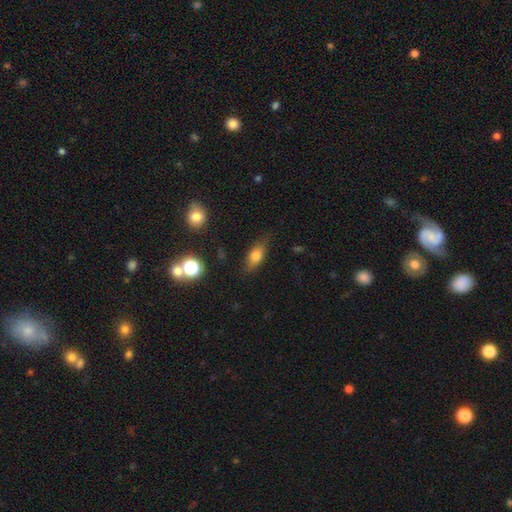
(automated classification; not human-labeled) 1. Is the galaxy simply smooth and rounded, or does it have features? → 74% smooth, 16% featured or disk, 10% star or artifact.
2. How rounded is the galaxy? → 78% in between, 13% cigar-shaped, 10% round.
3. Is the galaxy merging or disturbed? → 76% none, 18% minor disturbance, 4% major disturbance, 2% merger.